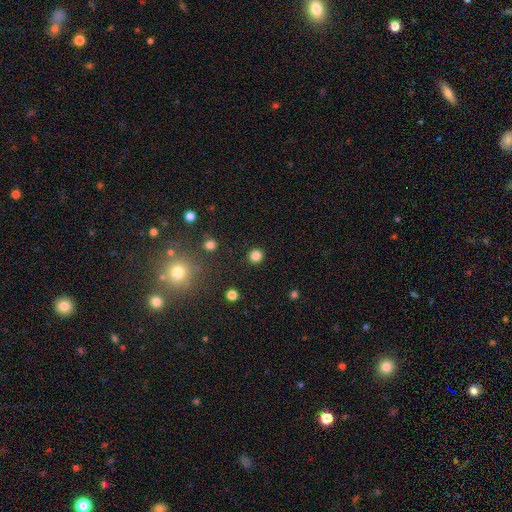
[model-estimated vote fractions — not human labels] Morphology: type=smooth (83%); roundness=round (92%); merging=none (91%).